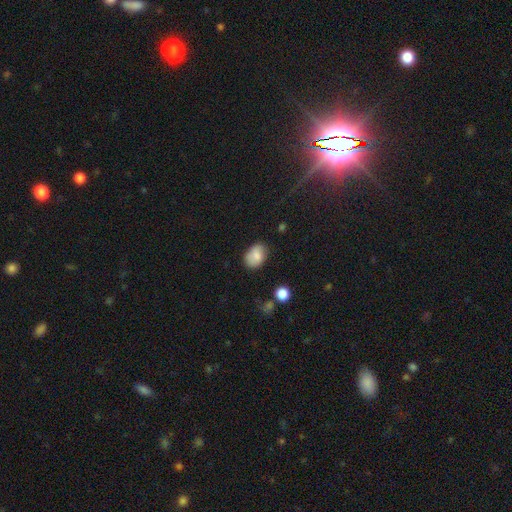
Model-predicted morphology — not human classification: type=smooth (84%); roundness=in between (80%); merging=none (75%).